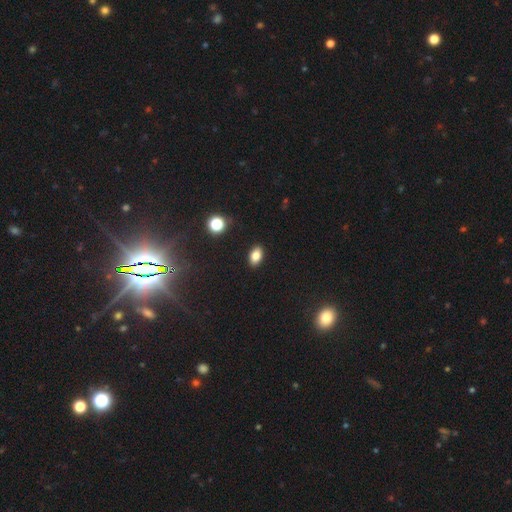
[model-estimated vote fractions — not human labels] This appears to be a smooth galaxy with no disk features (83%) that is in between round and cigar-shaped (88%). Merging: none (89%).